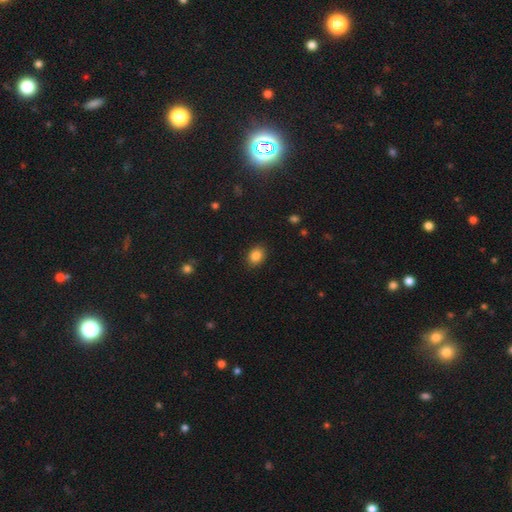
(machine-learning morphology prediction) This is clearly a smooth galaxy (86%). How rounded: possibly in between (58%). Merging: clearly none (87%).